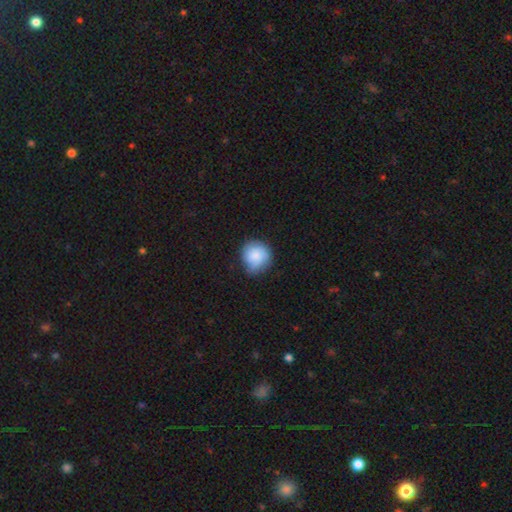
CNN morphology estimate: smooth 79%, featured or disk 14%, star or artifact 7%. Down the decision tree: how rounded — round (86%); merging — none (58%).